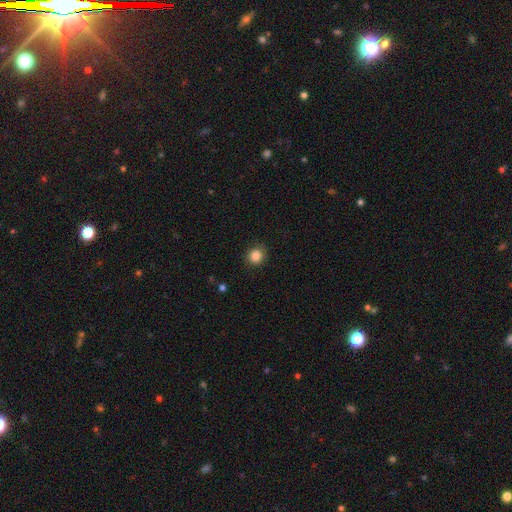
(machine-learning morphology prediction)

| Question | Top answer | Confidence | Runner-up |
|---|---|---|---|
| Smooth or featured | smooth | 86% | star or artifact (10%) |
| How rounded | round | 87% | in between (12%) |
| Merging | none | 87% | minor disturbance (9%) |